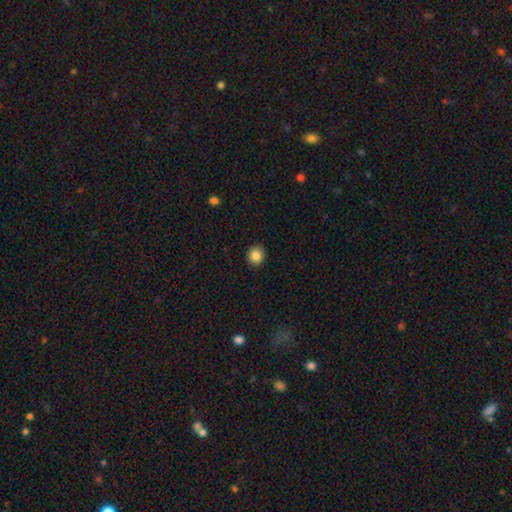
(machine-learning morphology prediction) smooth 86%, star or artifact 9%, featured or disk 5%. Down the decision tree: how rounded — round (80%); merging — none (91%).